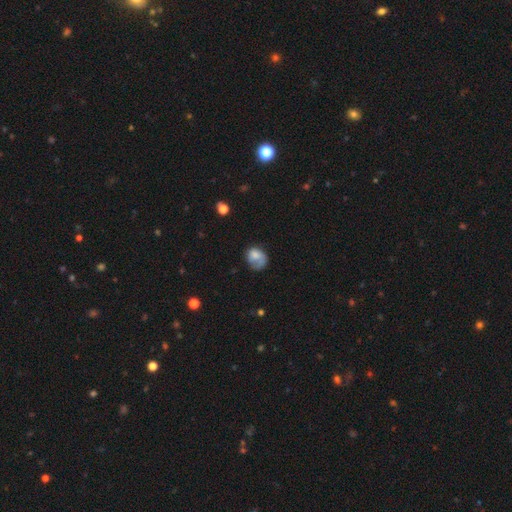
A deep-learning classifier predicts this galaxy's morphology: This appears to be a smooth galaxy with no disk features (66%) that is round (52%). Merging: none (34%, tied with major disturbance).